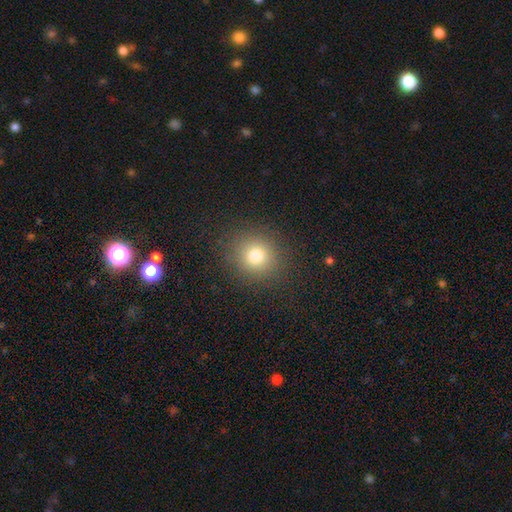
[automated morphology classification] smooth_or_featured: smooth (p=0.76) [alt: star or artifact p=0.16]
how_rounded: round (p=0.88) [alt: in between p=0.12]
merging: none (p=0.88) [alt: minor disturbance p=0.07]